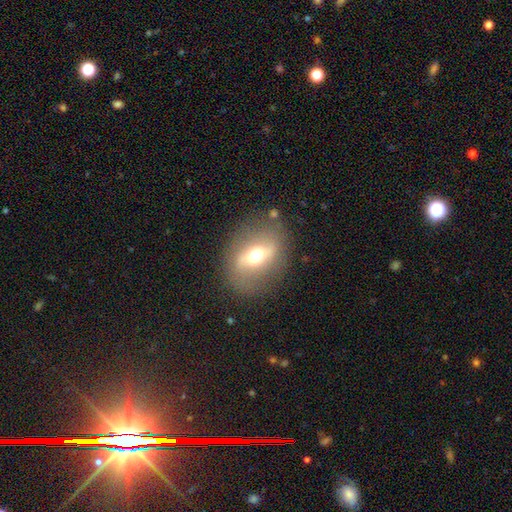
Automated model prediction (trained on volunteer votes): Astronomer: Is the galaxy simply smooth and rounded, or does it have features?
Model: featured or disk — 52% (runner-up: smooth, 38%).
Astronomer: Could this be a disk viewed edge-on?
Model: no — 83%.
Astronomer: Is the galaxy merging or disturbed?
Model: none — 78%.